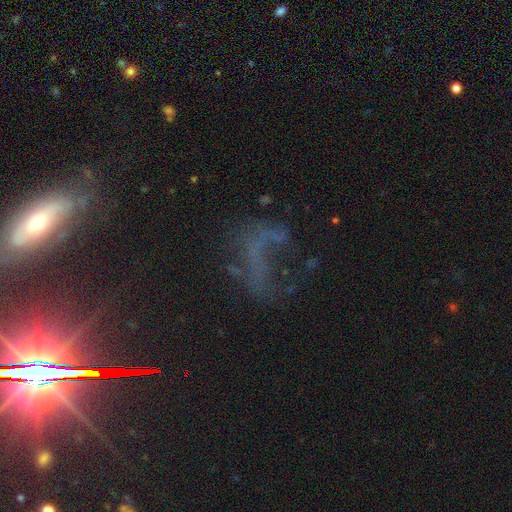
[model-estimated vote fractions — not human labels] A star or artifact, not a galaxy (42%).

Vote fractions:
- Smooth or featured? star or artifact: 42% / featured or disk: 39% / smooth: 19%